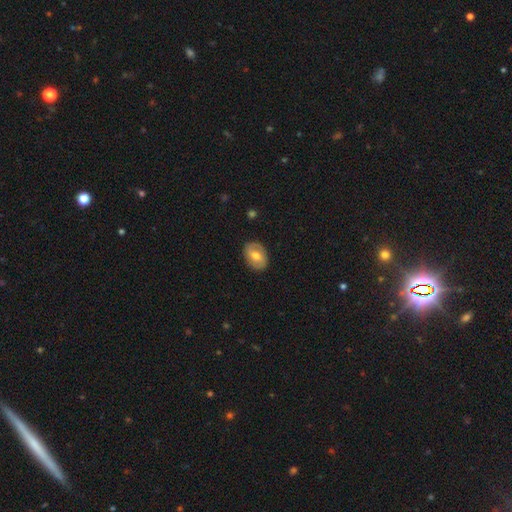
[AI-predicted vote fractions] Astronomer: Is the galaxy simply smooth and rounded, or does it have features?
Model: smooth — 53% (runner-up: featured or disk, 40%).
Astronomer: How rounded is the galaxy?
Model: in between — 74%.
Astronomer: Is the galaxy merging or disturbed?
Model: none — 86%.